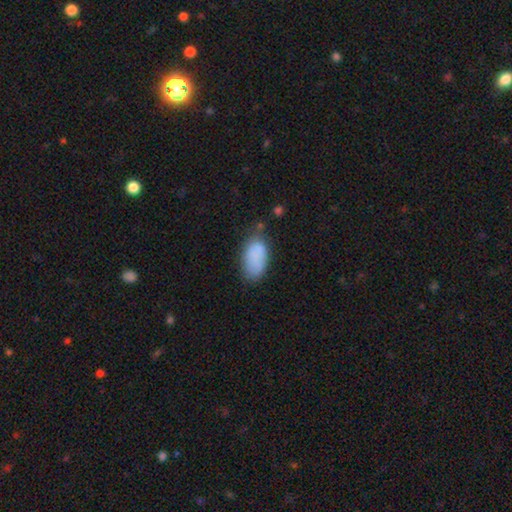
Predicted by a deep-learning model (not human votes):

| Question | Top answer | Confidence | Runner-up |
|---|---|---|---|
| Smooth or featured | smooth | 83% | featured or disk (9%) |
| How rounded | in between | 93% | round (4%) |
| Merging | none | 58% | minor disturbance (29%) |